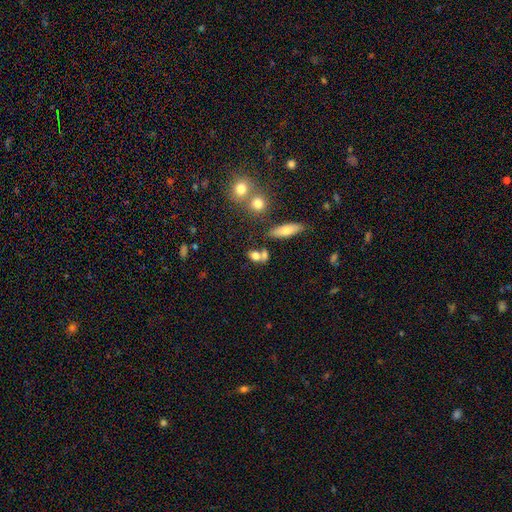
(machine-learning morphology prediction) A smooth galaxy with no disk features (74%) that is in between round and cigar-shaped (60%). Merging: none (46%).